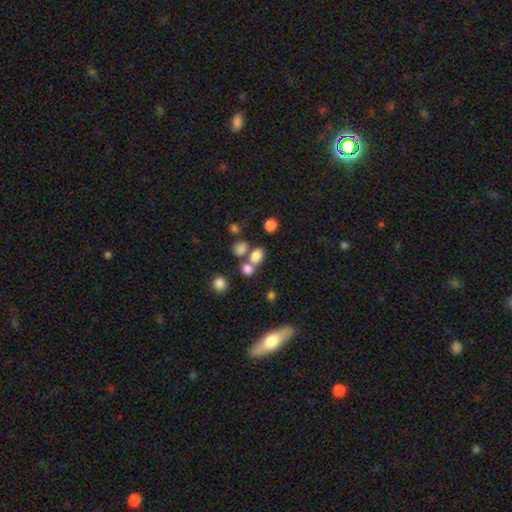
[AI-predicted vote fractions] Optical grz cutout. It shows a smooth galaxy with no disk features (77%) that is in between round and cigar-shaped (56%). Merging: none (50%).